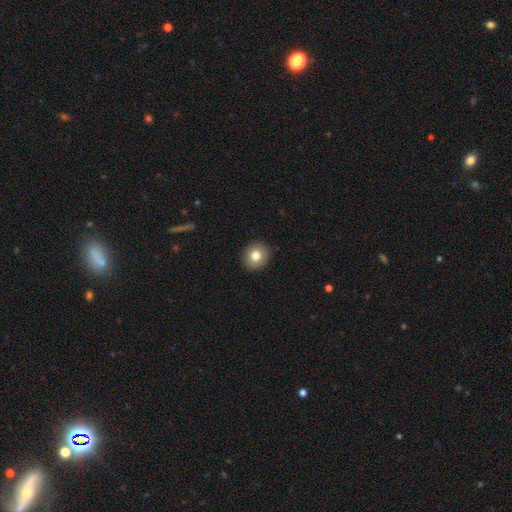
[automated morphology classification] smooth 79%, featured or disk 11%, star or artifact 10%. Down the decision tree: how rounded — round (80%); merging — none (92%).